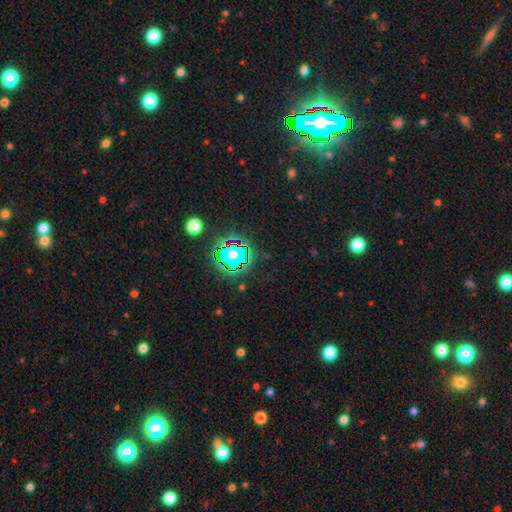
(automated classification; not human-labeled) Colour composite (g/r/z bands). It shows a star or artifact, not a galaxy (82%).